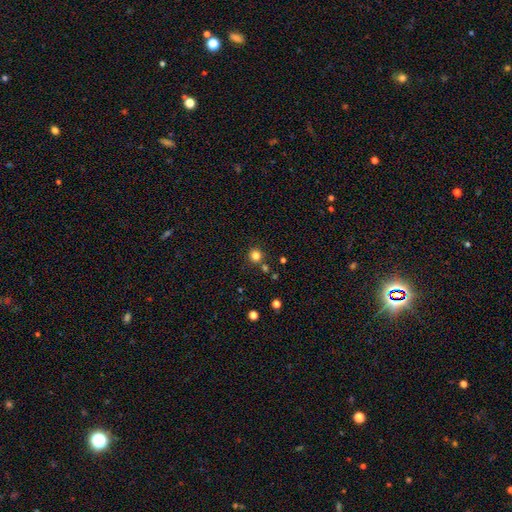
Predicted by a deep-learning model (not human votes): A smooth galaxy with no disk features (81%) that is round (93%).

Vote fractions:
- Smooth or featured? smooth: 81% / star or artifact: 14% / featured or disk: 5%
- How rounded? round: 93% / in between: 6% / cigar-shaped: 1%
- Merging? none: 83% / merger: 8% / minor disturbance: 7% / major disturbance: 2%